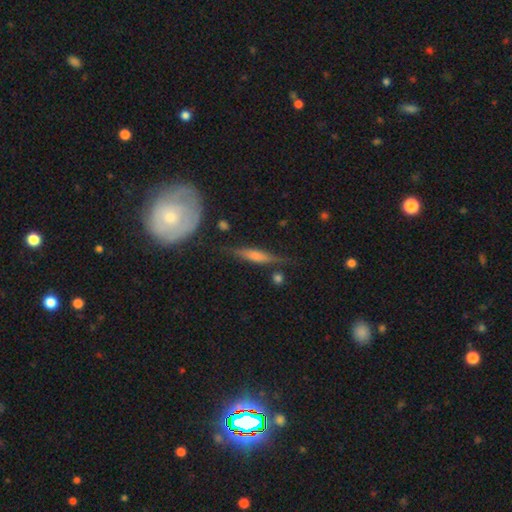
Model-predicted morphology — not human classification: smooth-or-featured: featured or disk: 60% | smooth: 33% | star or artifact: 7%
  disk-edge-on: yes: 89% | no: 11%
    edge-on-bulge: rounded: 63% | none: 20% | boxy: 17%
  merging: none: 76% | minor disturbance: 16% | major disturbance: 5% | merger: 4%